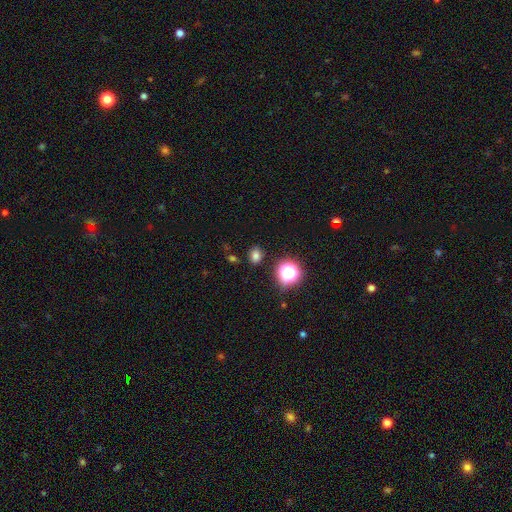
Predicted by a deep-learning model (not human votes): smooth 74%, star or artifact 21%, featured or disk 6%. Down the decision tree: how rounded — in between (56%); merging — none (84%).